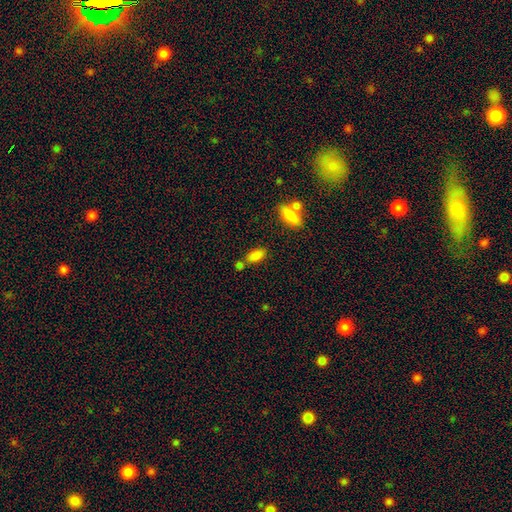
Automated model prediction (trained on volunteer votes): Smooth or featured? Predicted: smooth (p=0.85). How rounded? Predicted: in between (p=0.87). Merging? Predicted: none (p=0.61).